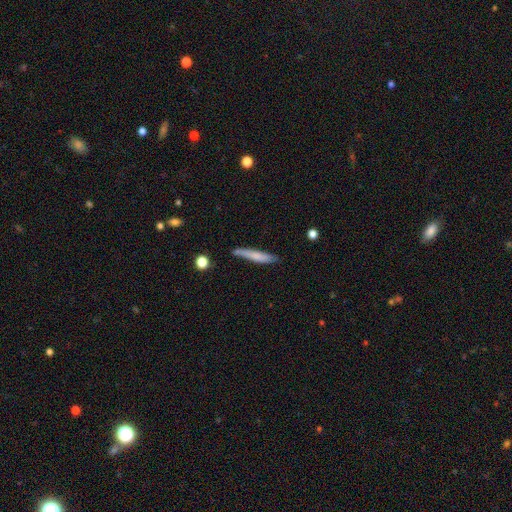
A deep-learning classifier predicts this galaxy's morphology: Smooth or featured: smooth — 67% (featured or disk — 27%)
How rounded: cigar-shaped — 93% (in between — 6%)
Merging: none — 77% (minor disturbance — 18%)